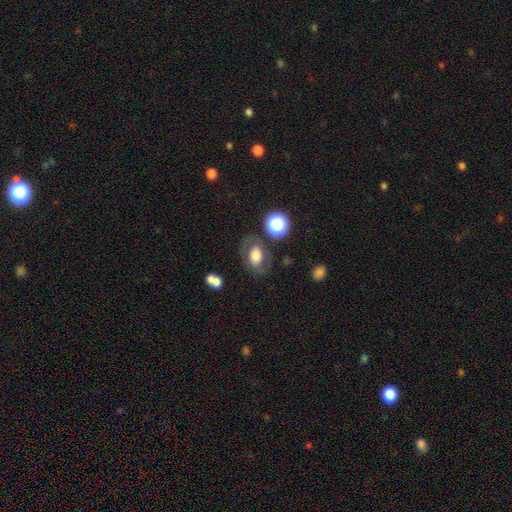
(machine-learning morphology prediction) type=smooth (57%); roundness=in between (78%); merging=none (70%).